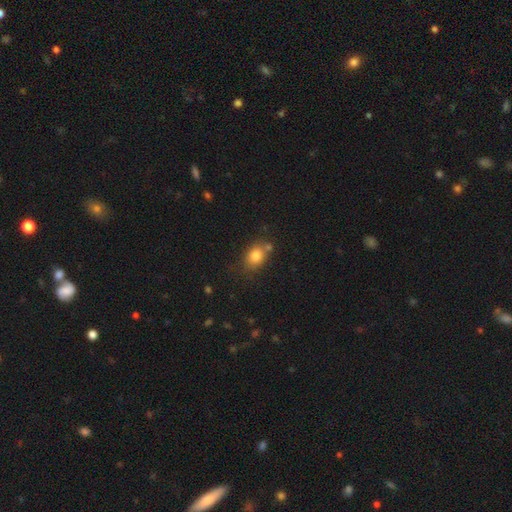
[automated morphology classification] Smooth or featured? smooth (82%)
How rounded? in between (60%)
Merging? none (65%)